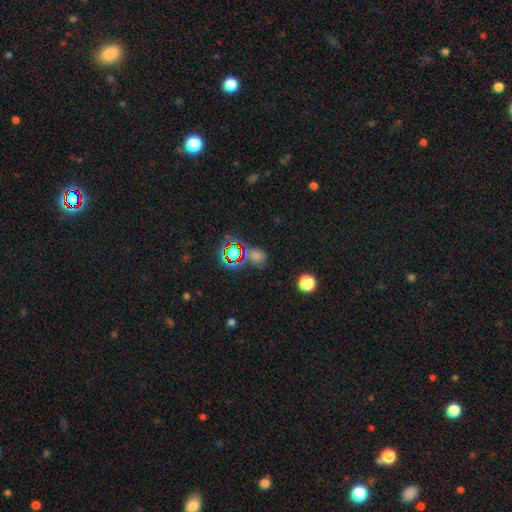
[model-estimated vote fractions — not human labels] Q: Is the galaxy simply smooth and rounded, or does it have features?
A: star or artifact — 52%.